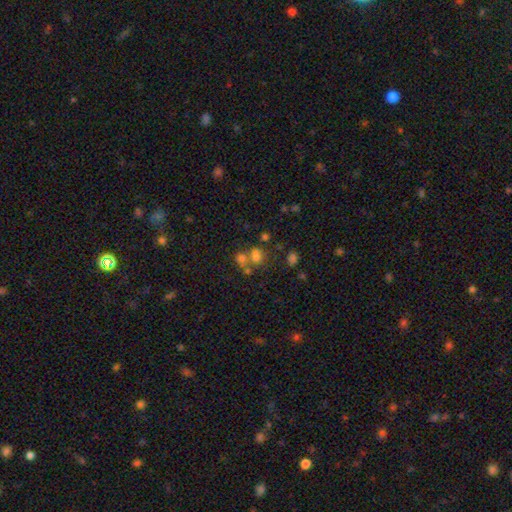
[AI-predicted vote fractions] This appears to be a smooth galaxy with no disk features (60%) that is round (63%). Merging: merger (47%).